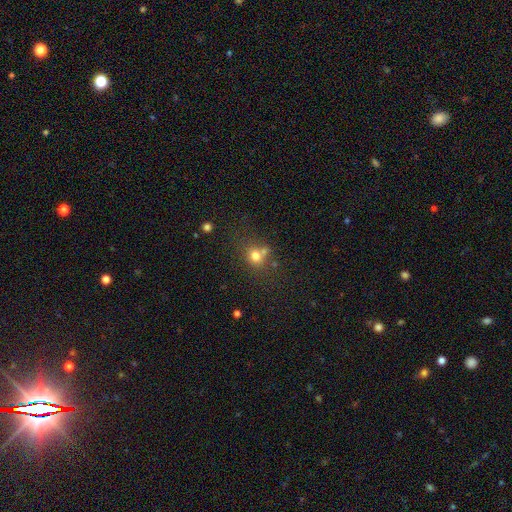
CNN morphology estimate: smooth_or_featured: smooth (p=0.73) [alt: star or artifact p=0.15]
how_rounded: round (p=0.74) [alt: in between p=0.25]
merging: none (p=0.54) [alt: merger p=0.29]